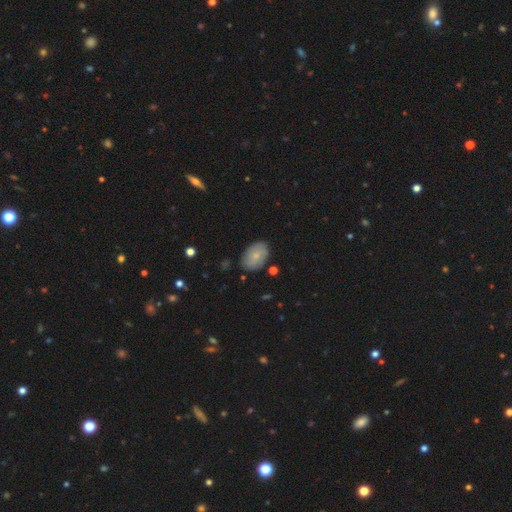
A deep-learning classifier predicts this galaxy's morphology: The model was most divided on "smooth or featured": smooth: 71%, featured or disk: 22%, star or artifact: 7%. More confident: how rounded — in between (88%); merging — none (81%).